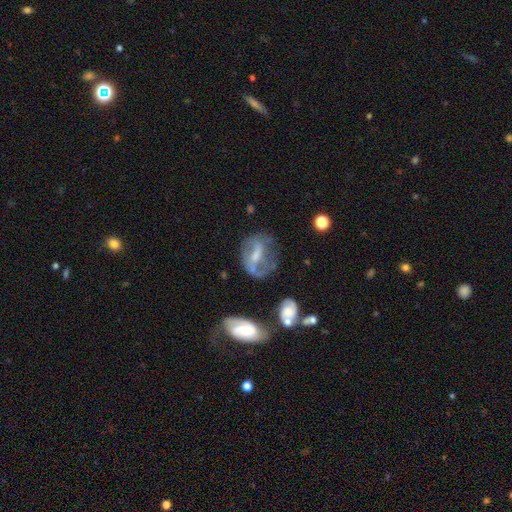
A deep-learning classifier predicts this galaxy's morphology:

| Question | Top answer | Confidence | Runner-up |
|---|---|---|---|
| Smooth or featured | featured or disk | 62% | smooth (28%) |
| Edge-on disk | no | 93% | yes (7%) |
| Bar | weak | 42% | strong (32%) |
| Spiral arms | yes | 57% | no (43%) |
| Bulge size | moderate | 38% | small (37%) |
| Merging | none | 46% | major disturbance (25%) |